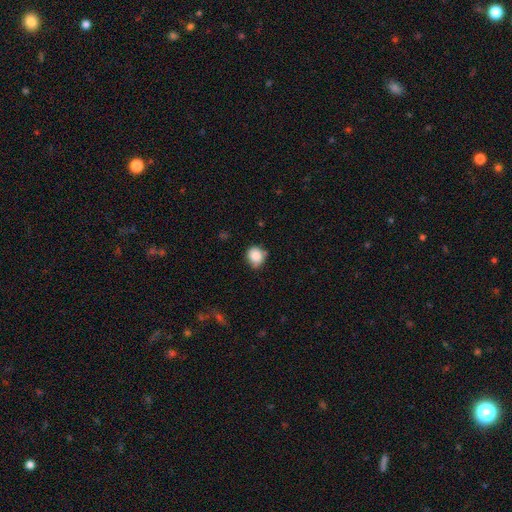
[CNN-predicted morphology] A smooth galaxy with no disk features (85%) that is round (77%).

Vote fractions:
- Smooth or featured? smooth: 85% / star or artifact: 9% / featured or disk: 7%
- How rounded? round: 77% / in between: 22% / cigar-shaped: 1%
- Merging? none: 65% / minor disturbance: 28% / major disturbance: 5% / merger: 3%